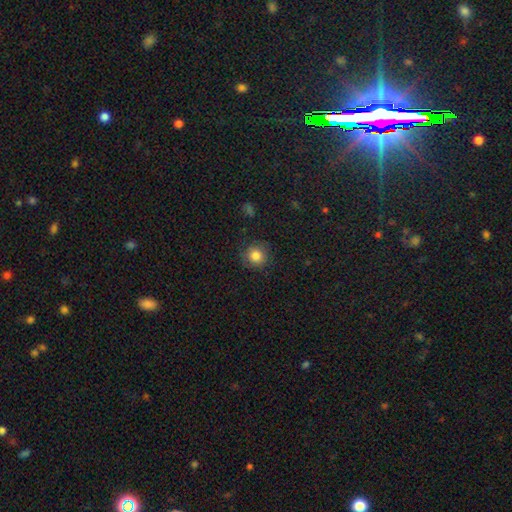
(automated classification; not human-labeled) This is clearly a smooth galaxy (84%). How rounded: clearly round (90%). Merging: clearly none (85%).